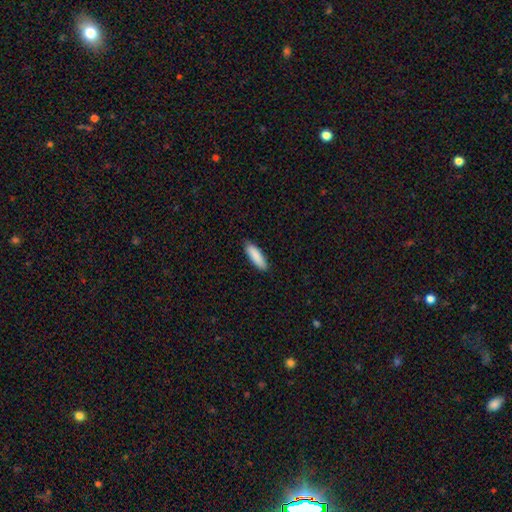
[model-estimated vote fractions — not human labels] Smooth or featured? smooth (89%)
How rounded? cigar-shaped (53%)
Merging? none (88%)